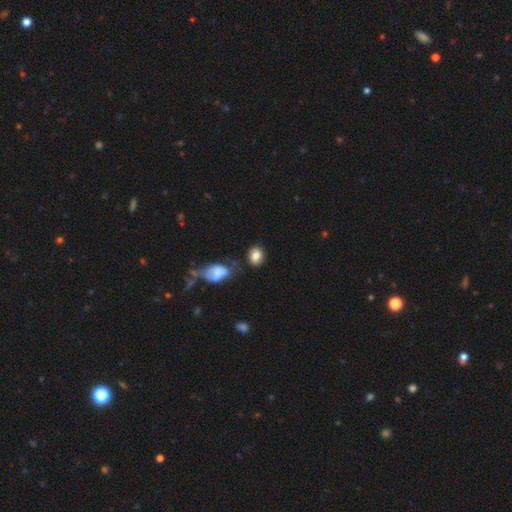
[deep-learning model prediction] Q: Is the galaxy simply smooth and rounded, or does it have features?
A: smooth — 82%.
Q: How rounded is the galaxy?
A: in between — 57%.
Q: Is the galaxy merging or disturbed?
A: none — 67%.